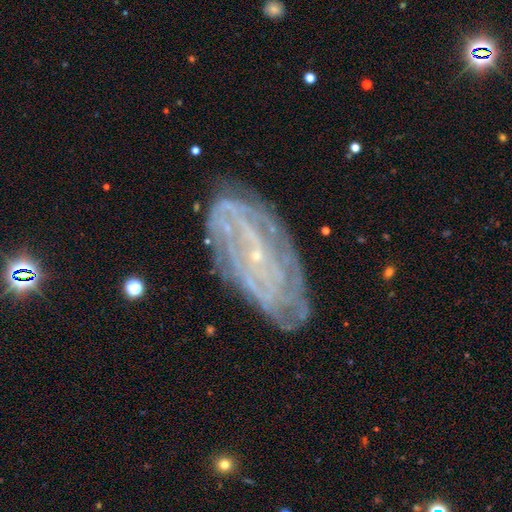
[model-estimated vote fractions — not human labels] featured or disk 81%, smooth 10%, star or artifact 9%. Down the decision tree: edge-on disk — no (91%); bar — no (54%); spiral arms — yes (91%); spiral arm count — can't tell (43%); spiral winding — tight (74%); bulge size — small (87%); merging — none (79%).